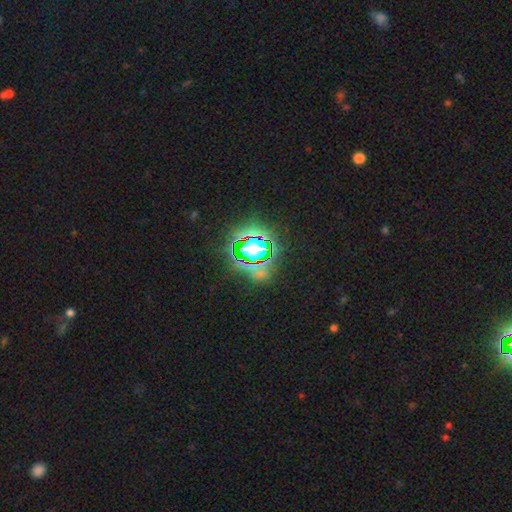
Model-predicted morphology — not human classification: type=star or artifact (79%).